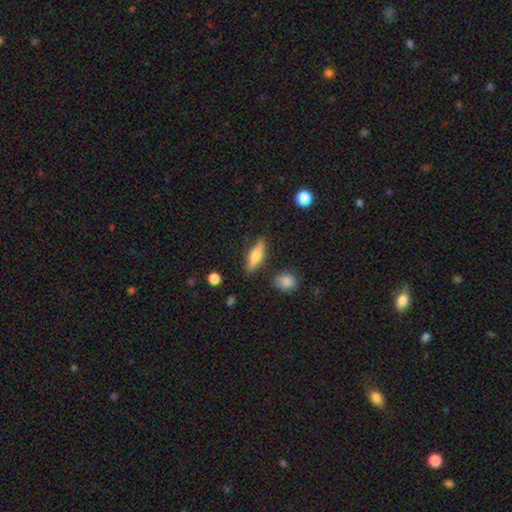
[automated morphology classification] A smooth galaxy with no disk features (54%) that is cigar-shaped (53%).

Vote fractions:
- Smooth or featured? smooth: 54% / featured or disk: 39% / star or artifact: 7%
- How rounded? cigar-shaped: 53% / in between: 43% / round: 4%
- Merging? none: 85% / minor disturbance: 10% / major disturbance: 3% / merger: 3%